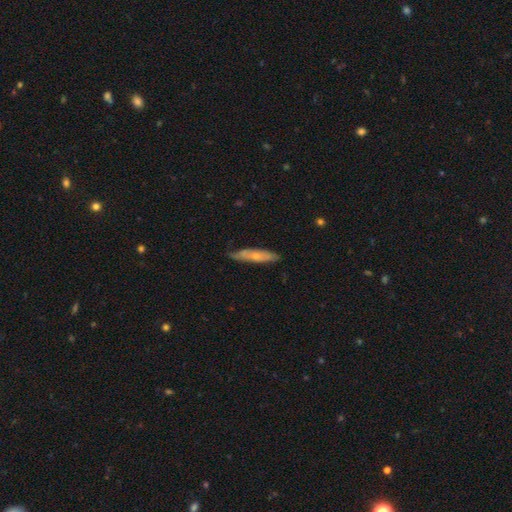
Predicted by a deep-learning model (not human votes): Morphology: type=featured or disk (48%); merging=none (77%).